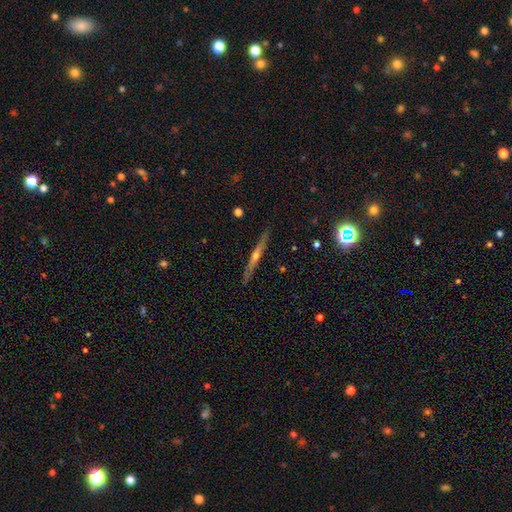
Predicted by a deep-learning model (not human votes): The model was most divided on "smooth or featured": featured or disk: 66%, smooth: 27%, star or artifact: 7%. More confident: edge-on disk — yes (96%); merging — none (87%); edge-on bulge — rounded (71%).